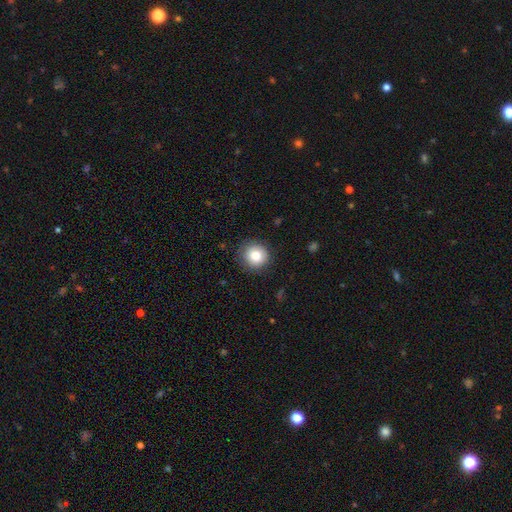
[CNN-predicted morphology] A smooth galaxy with no disk features (84%) that is round (91%). Merging: none (85%).